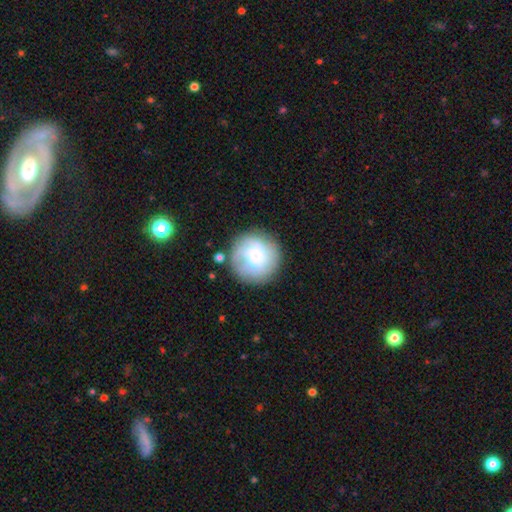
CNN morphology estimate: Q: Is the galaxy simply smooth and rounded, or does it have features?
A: smooth — 54%.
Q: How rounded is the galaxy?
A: round — 94%.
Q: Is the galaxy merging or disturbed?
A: none — 76%.